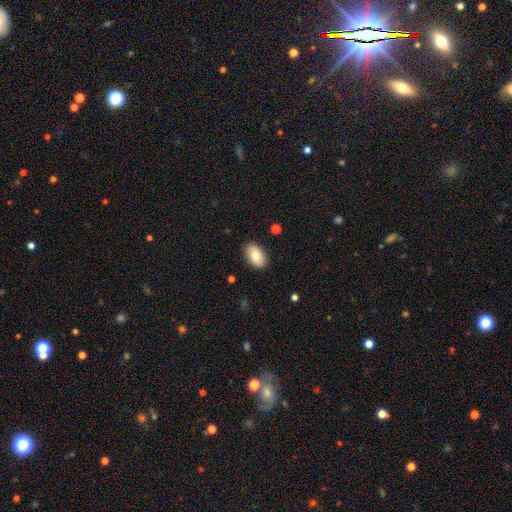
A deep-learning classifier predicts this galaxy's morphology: Smooth or featured?
  - smooth: 79% *
  - featured or disk: 14%
  - star or artifact: 7%
How rounded?
  - in between: 91% *
  - round: 7%
  - cigar-shaped: 1%
Merging?
  - none: 87% *
  - minor disturbance: 10%
  - major disturbance: 2%
  - merger: 1%